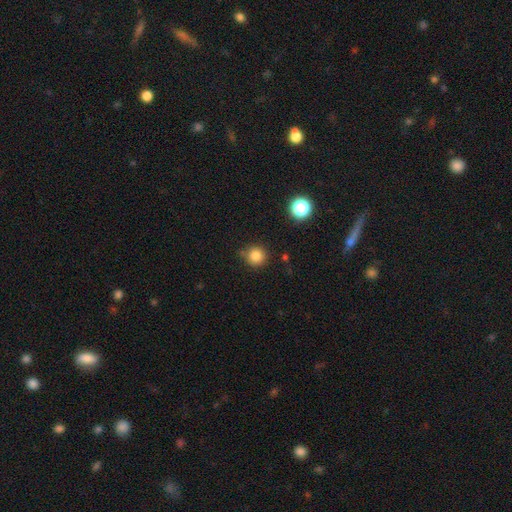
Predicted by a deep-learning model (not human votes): smooth-or-featured: smooth: 83% | star or artifact: 12% | featured or disk: 5%
  how-rounded: round: 94% | in between: 5% | cigar-shaped: 1%
  merging: none: 81% | minor disturbance: 12% | merger: 4% | major disturbance: 3%